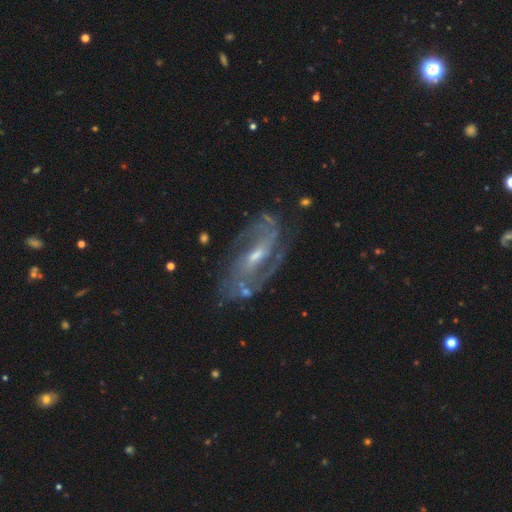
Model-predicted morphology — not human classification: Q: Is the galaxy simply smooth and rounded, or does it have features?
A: featured or disk — 89%.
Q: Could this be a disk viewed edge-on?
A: no — 94%.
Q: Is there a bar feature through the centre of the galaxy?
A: weak — 48%.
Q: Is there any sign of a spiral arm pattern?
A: yes — 95%.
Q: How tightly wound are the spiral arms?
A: medium — 47%.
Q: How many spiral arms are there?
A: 2 — 61%.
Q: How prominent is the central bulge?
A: small — 50%.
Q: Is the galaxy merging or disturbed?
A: none — 70%.